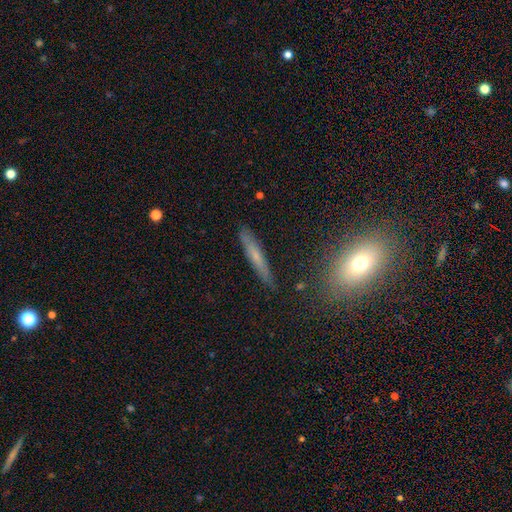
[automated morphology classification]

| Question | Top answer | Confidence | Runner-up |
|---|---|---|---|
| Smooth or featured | smooth | 50% | featured or disk (41%) |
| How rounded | cigar-shaped | 90% | in between (7%) |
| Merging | none | 86% | minor disturbance (10%) |